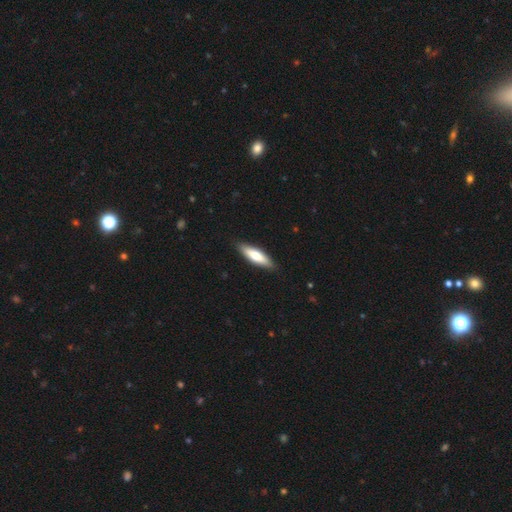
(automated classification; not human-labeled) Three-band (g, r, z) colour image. It shows a smooth galaxy with no disk features (67%) that is cigar-shaped (55%). Merging: none (88%).